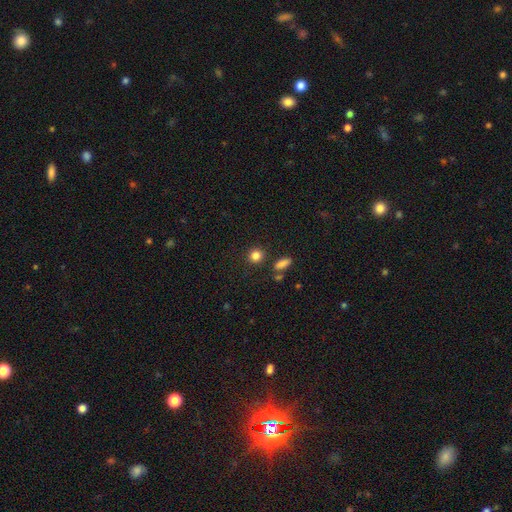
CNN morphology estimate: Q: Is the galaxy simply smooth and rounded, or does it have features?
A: smooth — 84%.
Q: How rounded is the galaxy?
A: round — 85%.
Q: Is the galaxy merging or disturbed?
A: none — 85%.